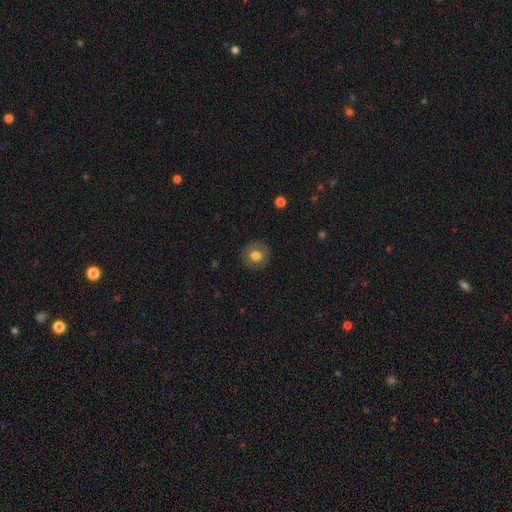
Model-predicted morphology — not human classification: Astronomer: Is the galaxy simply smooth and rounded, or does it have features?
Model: smooth — 70%.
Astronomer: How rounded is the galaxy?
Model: round — 90%.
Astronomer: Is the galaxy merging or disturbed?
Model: none — 88%.